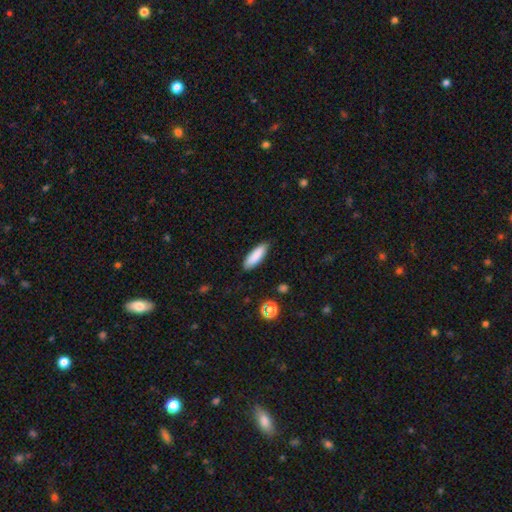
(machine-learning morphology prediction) smooth 87%, star or artifact 7%, featured or disk 6%. Down the decision tree: how rounded — in between (53%); merging — none (86%).